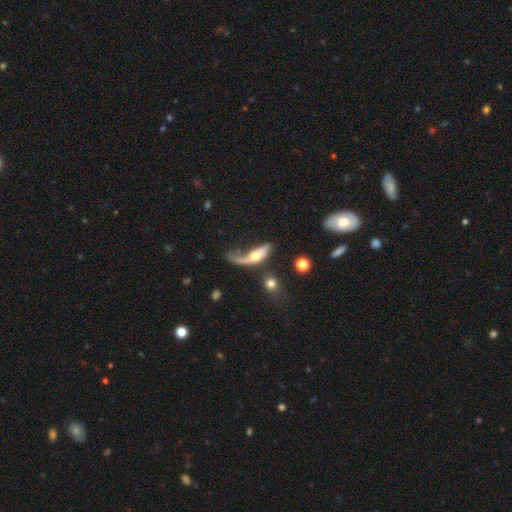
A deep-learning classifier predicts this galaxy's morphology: The model was most divided on "smooth or featured": featured or disk: 49%, smooth: 43%, star or artifact: 8%. Remaining: merging — major disturbance (46%).